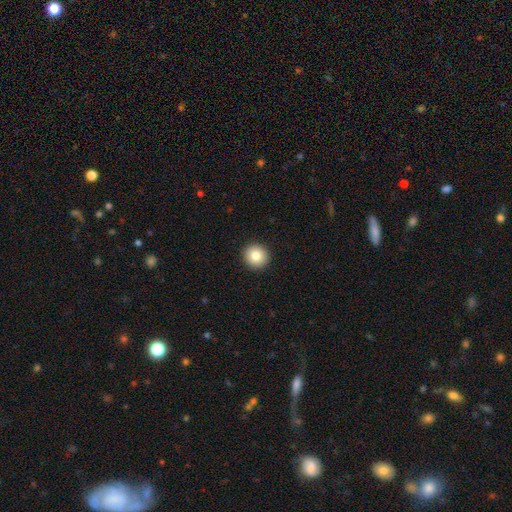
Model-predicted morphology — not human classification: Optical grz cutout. It shows a smooth galaxy with no disk features (83%) that is round (93%). Merging: none (93%).